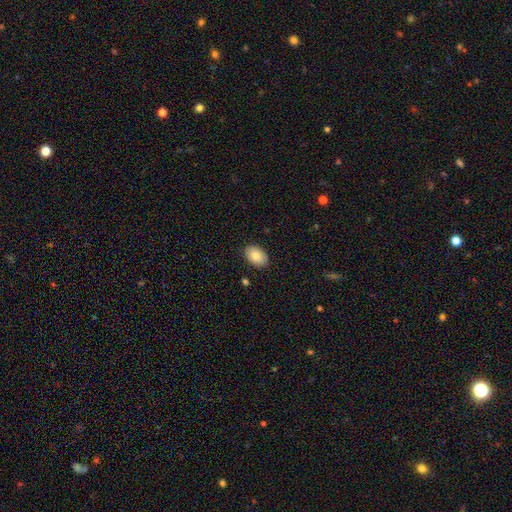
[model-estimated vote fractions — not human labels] smooth 84%, featured or disk 10%, star or artifact 7%. Down the decision tree: how rounded — in between (85%); merging — none (88%).